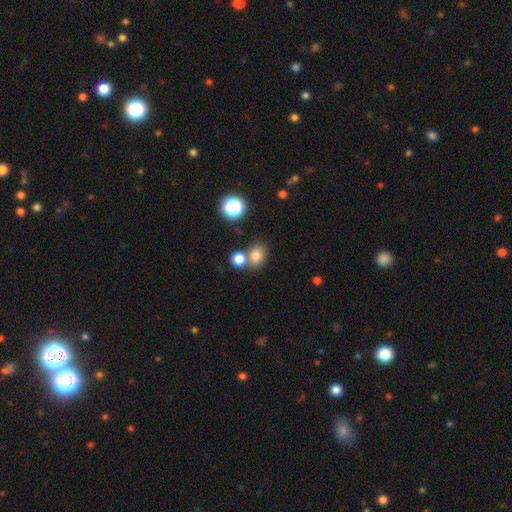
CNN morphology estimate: Overall: smooth (77%). How rounded: round (58%; in between 41%). Merging: none (56%; merger 31%).